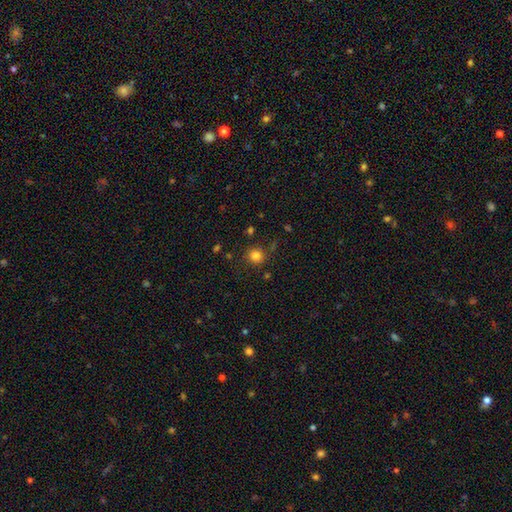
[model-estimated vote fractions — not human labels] smooth-or-featured: smooth: 82% | star or artifact: 13% | featured or disk: 5%
  how-rounded: round: 89% | in between: 10% | cigar-shaped: 1%
  merging: none: 86% | minor disturbance: 9% | major disturbance: 3% | merger: 3%